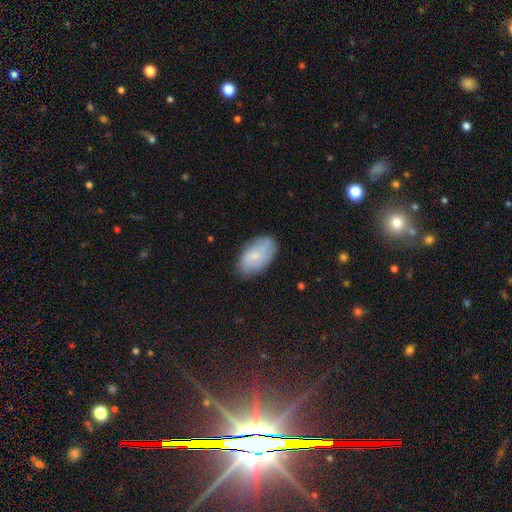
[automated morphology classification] Smooth or featured? Predicted: smooth (p=0.66). How rounded? Predicted: in between (p=0.94). Merging? Predicted: none (p=0.78).